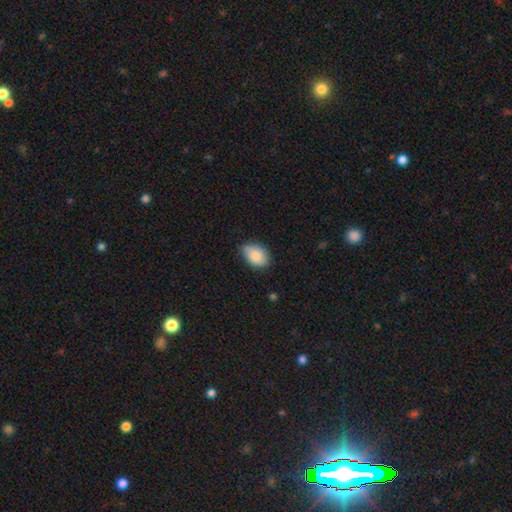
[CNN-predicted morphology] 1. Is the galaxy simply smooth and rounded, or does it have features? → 84% smooth, 9% featured or disk, 7% star or artifact.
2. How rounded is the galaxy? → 83% in between, 16% round, 1% cigar-shaped.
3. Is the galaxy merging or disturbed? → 69% none, 26% minor disturbance, 4% major disturbance, 1% merger.